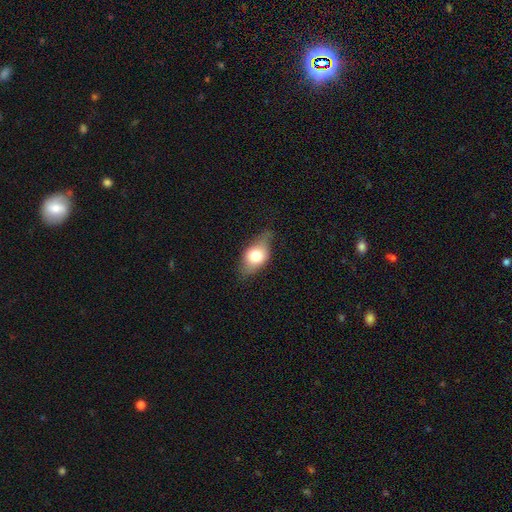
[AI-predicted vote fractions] This is likely a smooth galaxy (65%). How rounded: likely in between (80%). Merging: likely none (60%).